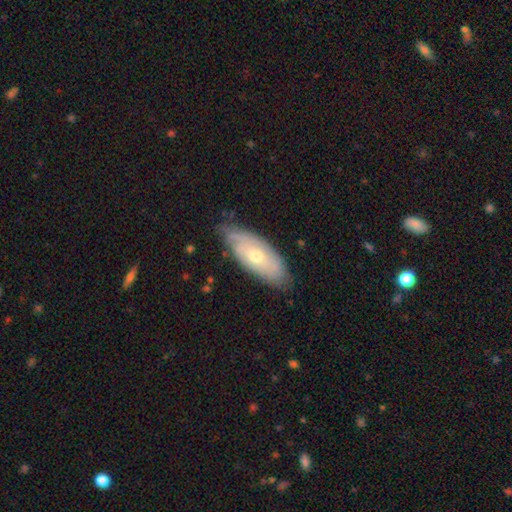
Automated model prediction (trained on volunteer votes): Smooth or featured: featured or disk — 56% (smooth — 38%)
Edge-on disk: no — 83% (yes — 17%)
Merging: none — 70% (minor disturbance — 24%)